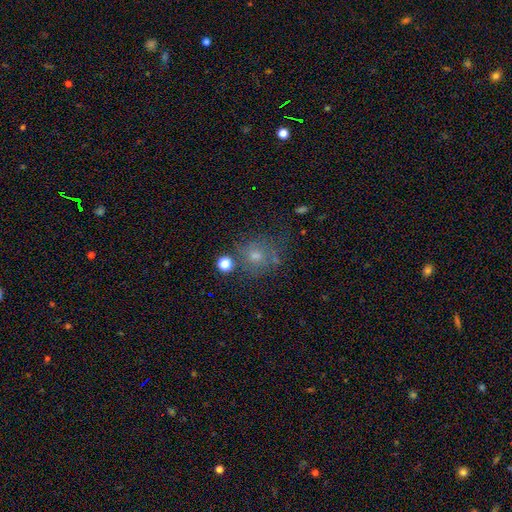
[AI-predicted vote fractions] Q: Smooth or featured?
A: smooth (62%); runner-up: star or artifact (20%)
Q: How rounded?
A: round (77%); runner-up: in between (22%)
Q: Merging?
A: none (61%); runner-up: minor disturbance (18%)